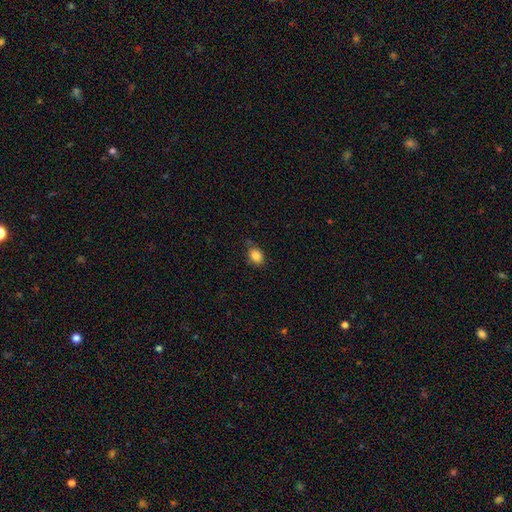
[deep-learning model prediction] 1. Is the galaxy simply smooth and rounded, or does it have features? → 86% smooth, 9% star or artifact, 5% featured or disk.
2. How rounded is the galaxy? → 71% in between, 28% round, 1% cigar-shaped.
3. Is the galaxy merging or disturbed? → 72% none, 21% minor disturbance, 4% major disturbance, 2% merger.